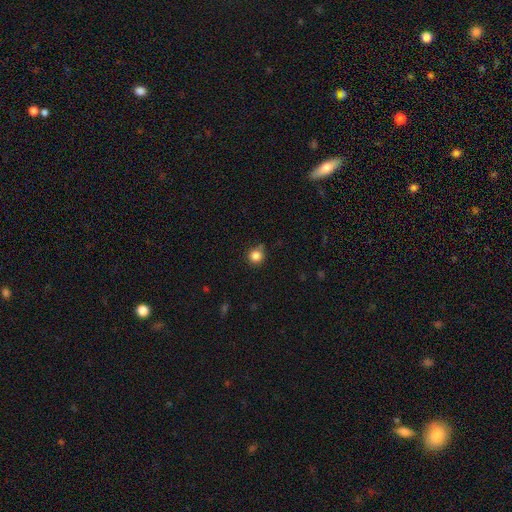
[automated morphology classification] A smooth galaxy with no disk features (84%) that is round (93%). Merging: none (78%).